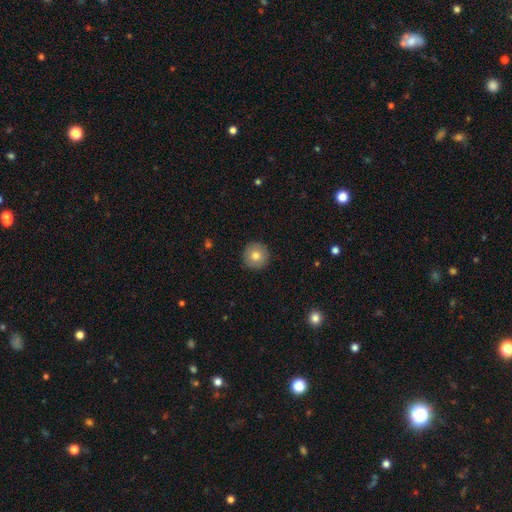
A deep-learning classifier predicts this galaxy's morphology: Smooth or featured? Predicted: smooth (p=0.78). How rounded? Predicted: round (p=0.96). Merging? Predicted: none (p=0.92).